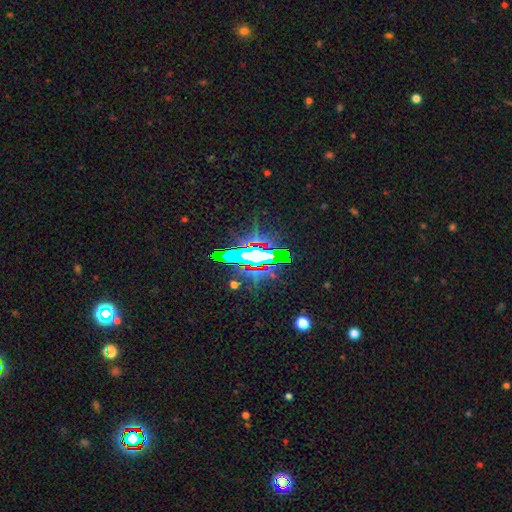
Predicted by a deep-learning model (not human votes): Q: Smooth or featured?
A: star or artifact (66%); runner-up: featured or disk (20%)